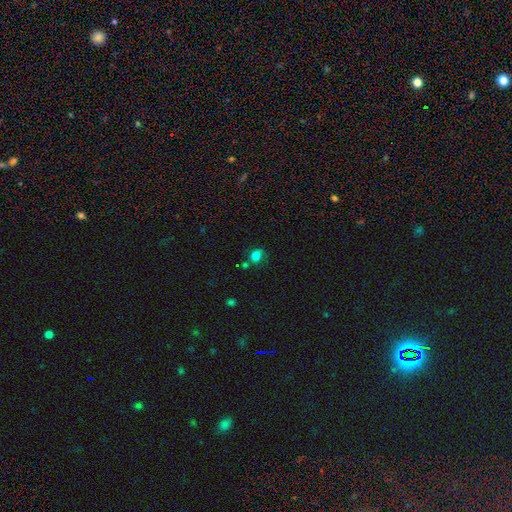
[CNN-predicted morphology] smooth-or-featured: smooth: 75% | star or artifact: 15% | featured or disk: 10%
  how-rounded: round: 61% | in between: 38% | cigar-shaped: 1%
  merging: none: 53% | minor disturbance: 23% | merger: 13% | major disturbance: 10%